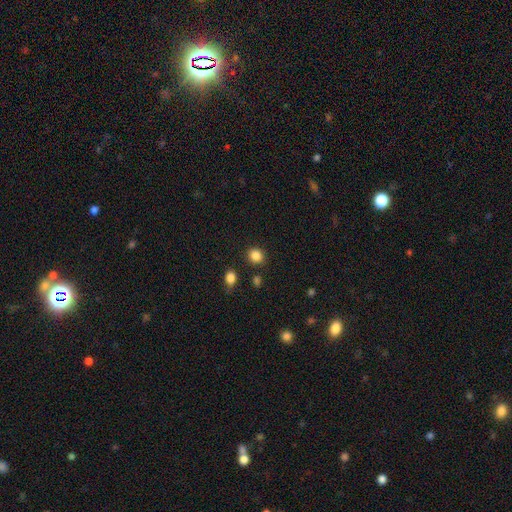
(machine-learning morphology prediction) smooth 86%, star or artifact 10%, featured or disk 4%. Down the decision tree: how rounded — round (76%); merging — none (85%).